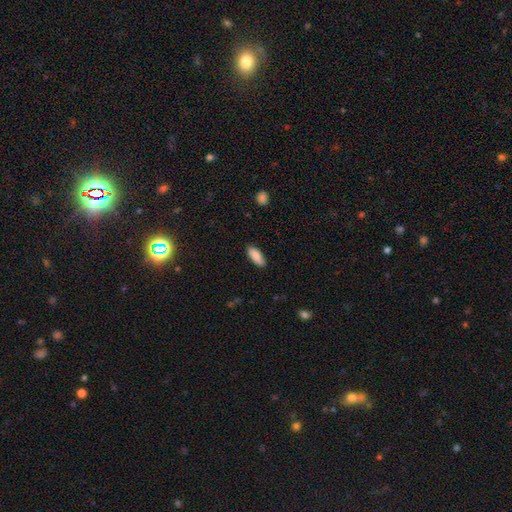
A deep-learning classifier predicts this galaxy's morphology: Smooth or featured? smooth (88%)
How rounded? in between (77%)
Merging? none (86%)